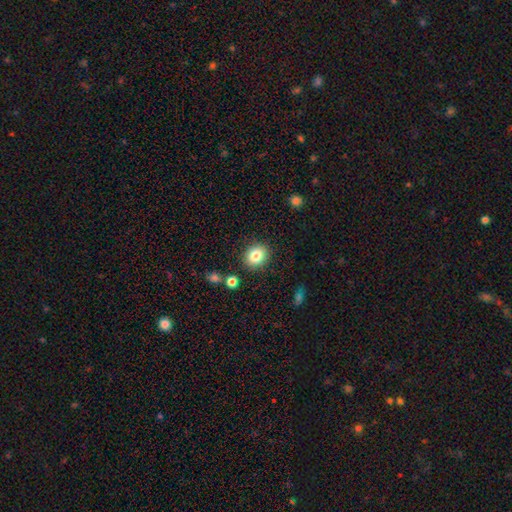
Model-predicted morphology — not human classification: smooth-or-featured: smooth: 83% | star or artifact: 10% | featured or disk: 7%
  how-rounded: round: 71% | in between: 28% | cigar-shaped: 1%
  merging: none: 88% | minor disturbance: 8% | major disturbance: 2% | merger: 2%